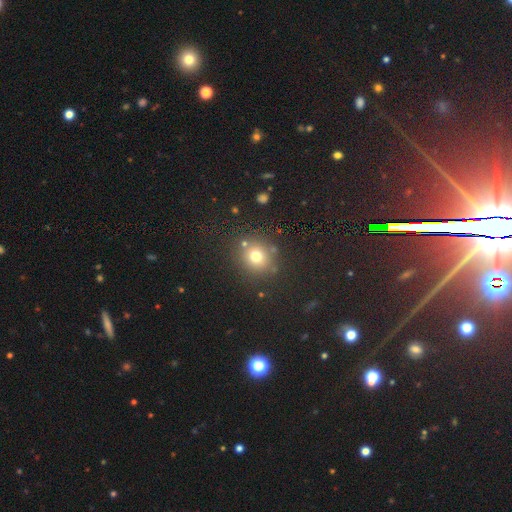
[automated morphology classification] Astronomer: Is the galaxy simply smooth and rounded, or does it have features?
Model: smooth — 69%.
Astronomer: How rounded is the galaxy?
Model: round — 86%.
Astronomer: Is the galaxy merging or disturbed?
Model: none — 83%.